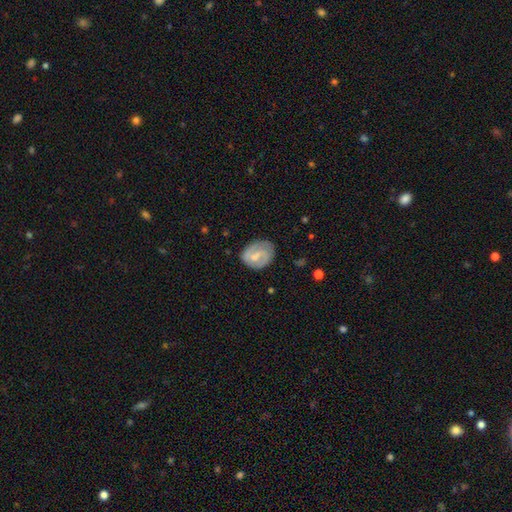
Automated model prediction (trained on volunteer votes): This is likely a featured or disk galaxy (64%). It is clearly not viewed edge-on (97%). Bar: possibly weak (55%). Spiral arm pattern: clearly yes (85%). Spiral arm count: likely 2 (72%). Spiral winding: marginally medium (43%). Central bulge: possibly small (49%). Merging: likely none (71%).